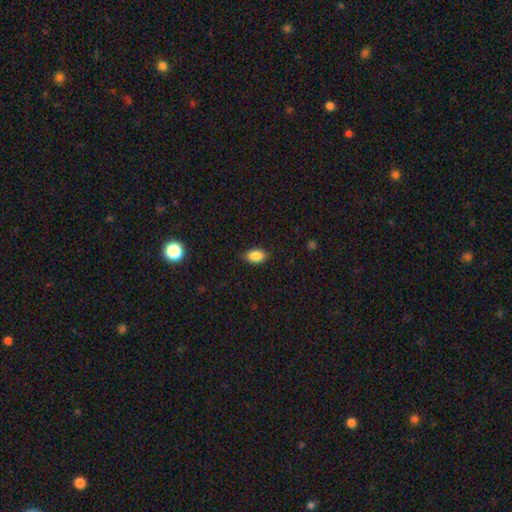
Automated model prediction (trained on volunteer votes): Q: Smooth or featured?
A: smooth (87%); runner-up: star or artifact (9%)
Q: How rounded?
A: in between (85%); runner-up: round (14%)
Q: Merging?
A: none (80%); runner-up: minor disturbance (17%)